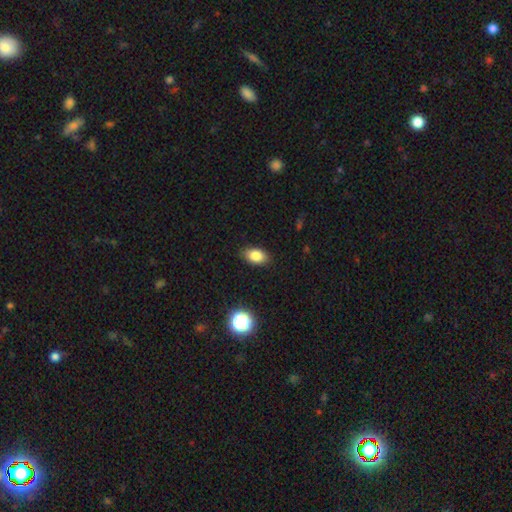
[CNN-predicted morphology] This is clearly a smooth galaxy (82%). How rounded: clearly in between (88%). Merging: clearly none (87%).